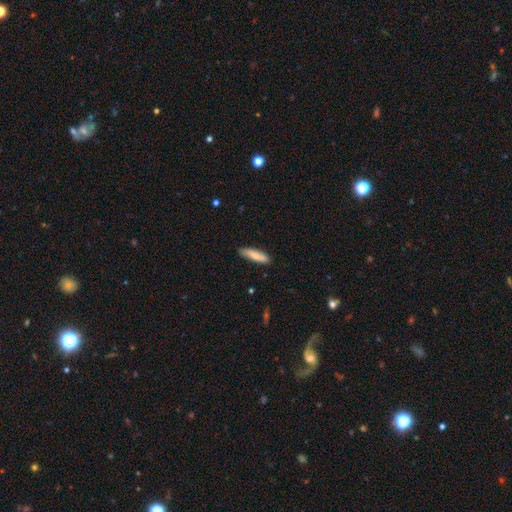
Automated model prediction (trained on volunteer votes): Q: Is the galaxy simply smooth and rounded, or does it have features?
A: smooth — 77%.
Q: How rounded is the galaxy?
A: cigar-shaped — 74%.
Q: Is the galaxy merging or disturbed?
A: none — 83%.